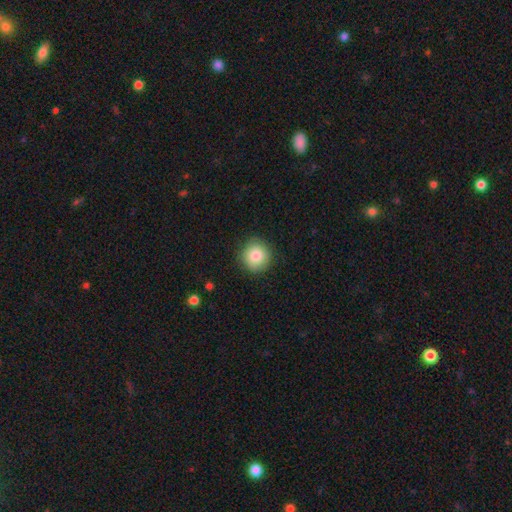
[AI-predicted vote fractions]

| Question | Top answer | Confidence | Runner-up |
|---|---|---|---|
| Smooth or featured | smooth | 84% | star or artifact (9%) |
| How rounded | round | 93% | in between (6%) |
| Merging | none | 88% | minor disturbance (9%) |